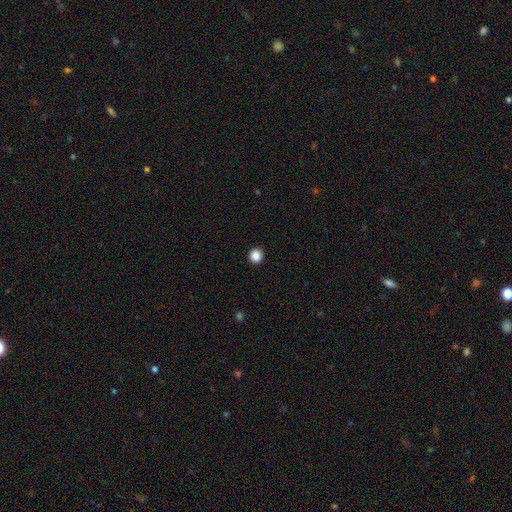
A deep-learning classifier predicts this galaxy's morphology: Smooth or featured?
  - smooth: 88% *
  - star or artifact: 10%
  - featured or disk: 2%
How rounded?
  - round: 94% *
  - in between: 5%
  - cigar-shaped: 1%
Merging?
  - none: 94% *
  - minor disturbance: 4%
  - major disturbance: 1%
  - merger: 1%